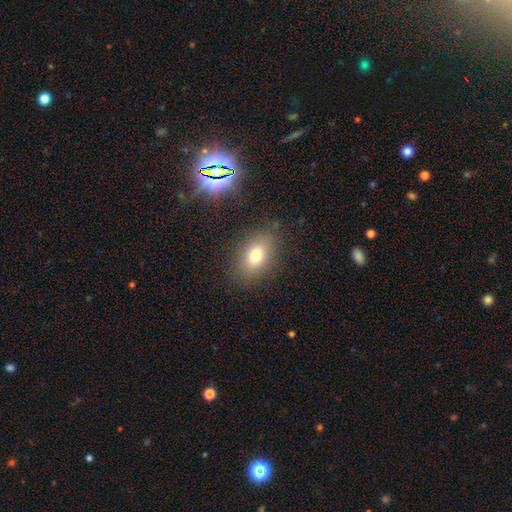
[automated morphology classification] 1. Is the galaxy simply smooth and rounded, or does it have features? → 76% smooth, 12% featured or disk, 12% star or artifact.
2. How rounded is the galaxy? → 79% in between, 19% round, 2% cigar-shaped.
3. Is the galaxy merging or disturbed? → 82% none, 11% minor disturbance, 4% major disturbance, 2% merger.